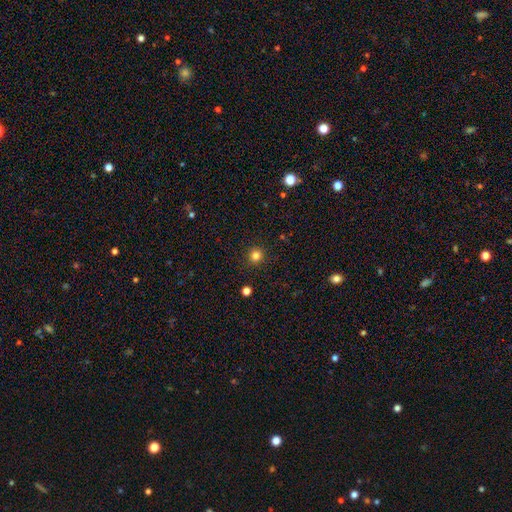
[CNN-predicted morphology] Smooth or featured?
  - smooth: 82% *
  - star or artifact: 14%
  - featured or disk: 4%
How rounded?
  - round: 93% *
  - in between: 6%
  - cigar-shaped: 1%
Merging?
  - none: 91% *
  - minor disturbance: 6%
  - major disturbance: 2%
  - merger: 1%